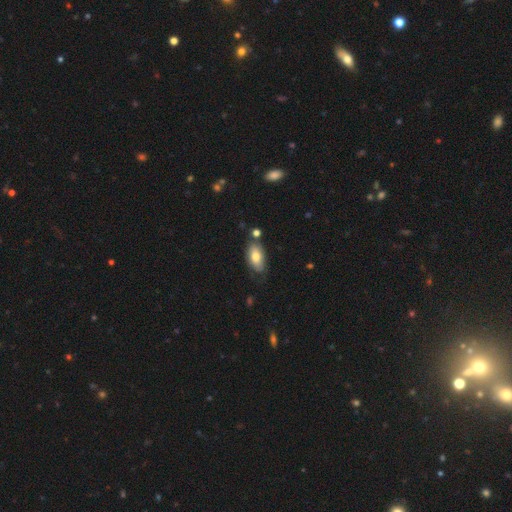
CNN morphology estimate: smooth 75%, featured or disk 18%, star or artifact 7%. Down the decision tree: how rounded — in between (91%); merging — none (66%).